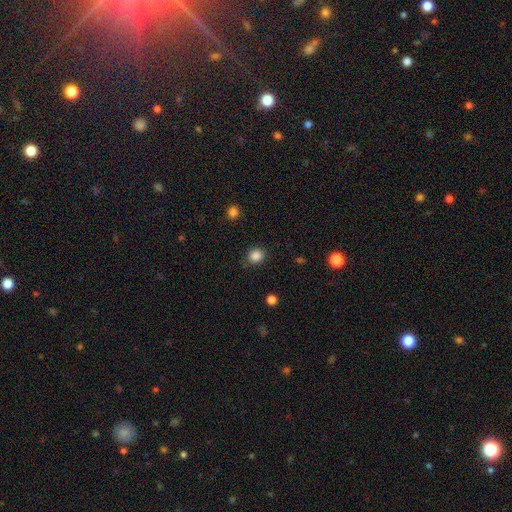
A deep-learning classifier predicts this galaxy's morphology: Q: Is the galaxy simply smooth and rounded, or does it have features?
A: smooth — 85%.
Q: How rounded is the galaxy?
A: round — 83%.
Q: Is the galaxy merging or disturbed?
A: none — 85%.